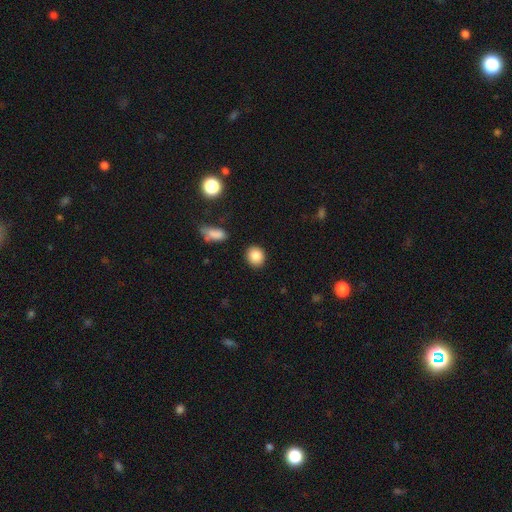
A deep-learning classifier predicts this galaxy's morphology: A smooth galaxy with no disk features (86%) that is round (73%). Merging: none (88%).